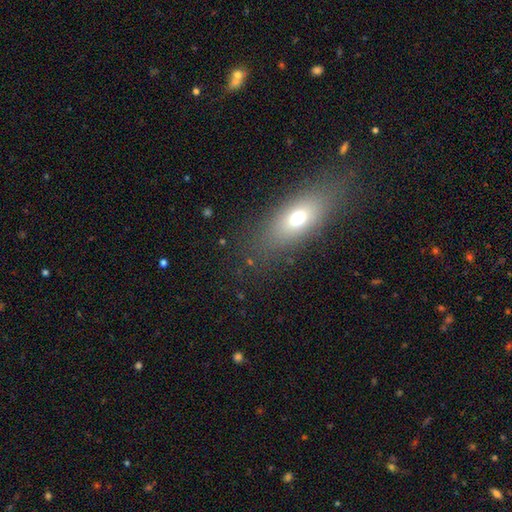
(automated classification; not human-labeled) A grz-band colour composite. It shows a smooth galaxy with no disk features (62%) that is in between round and cigar-shaped (64%). Merging: none (85%).